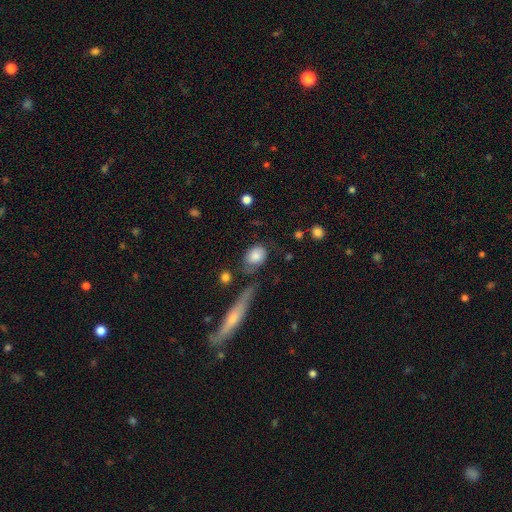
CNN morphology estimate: This is likely a smooth galaxy (78%). How rounded: likely in between (61%). Merging: possibly none (51%).